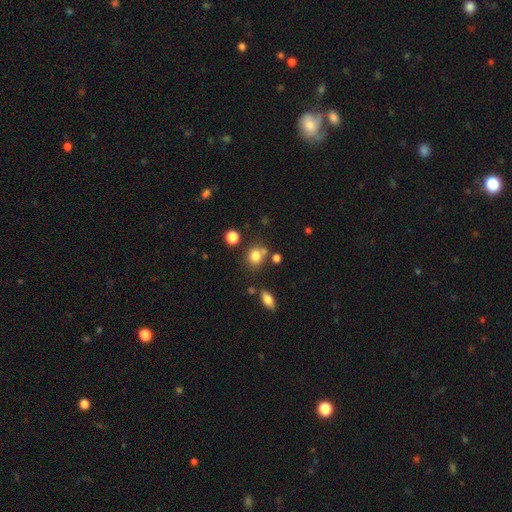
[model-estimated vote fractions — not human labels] Smooth or featured: smooth — 79% (star or artifact — 13%)
How rounded: round — 71% (in between — 28%)
Merging: none — 65% (merger — 17%)